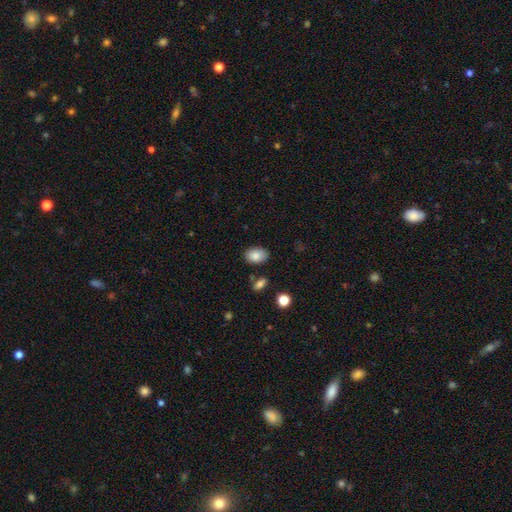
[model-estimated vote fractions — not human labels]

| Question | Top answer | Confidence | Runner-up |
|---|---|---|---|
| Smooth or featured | smooth | 86% | star or artifact (8%) |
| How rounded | in between | 83% | round (16%) |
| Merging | none | 81% | minor disturbance (12%) |